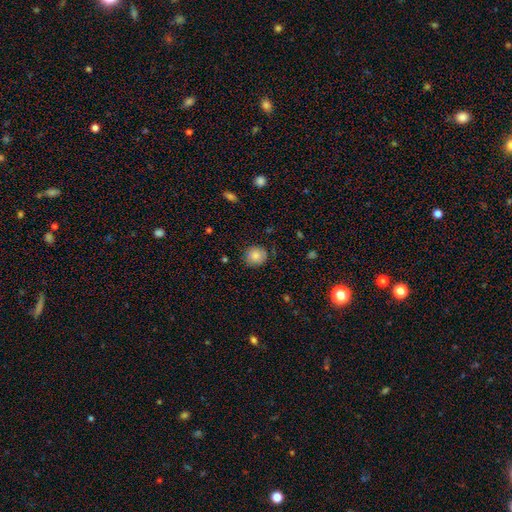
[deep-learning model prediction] Overall: smooth (84%). How rounded: round (82%). Merging: none (83%).